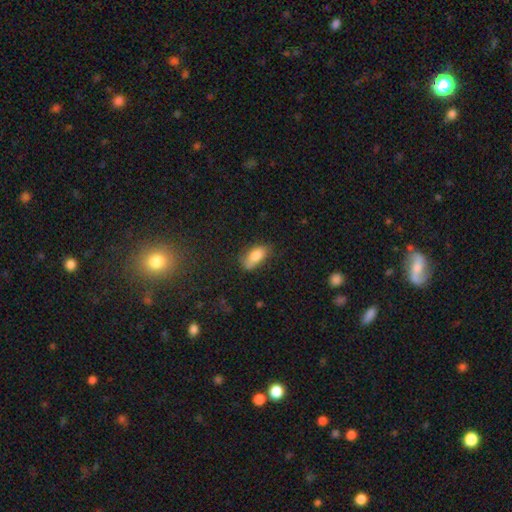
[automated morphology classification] Smooth or featured? Predicted: smooth (p=0.79). How rounded? Predicted: in between (p=0.86). Merging? Predicted: none (p=0.60).